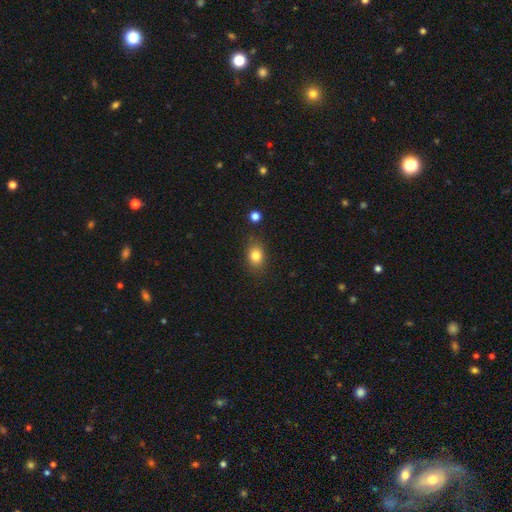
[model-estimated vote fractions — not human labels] This appears to be a smooth galaxy with no disk features (82%) that is in between round and cigar-shaped (62%). Merging: none (80%).